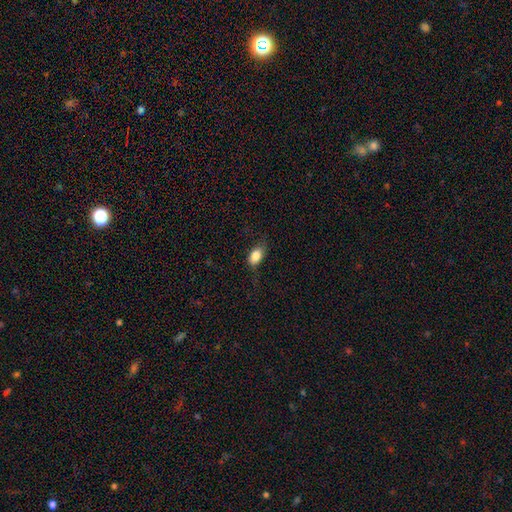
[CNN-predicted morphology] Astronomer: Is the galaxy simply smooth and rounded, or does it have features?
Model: smooth — 81%.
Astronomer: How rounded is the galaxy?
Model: in between — 86%.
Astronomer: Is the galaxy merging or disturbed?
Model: none — 64%.